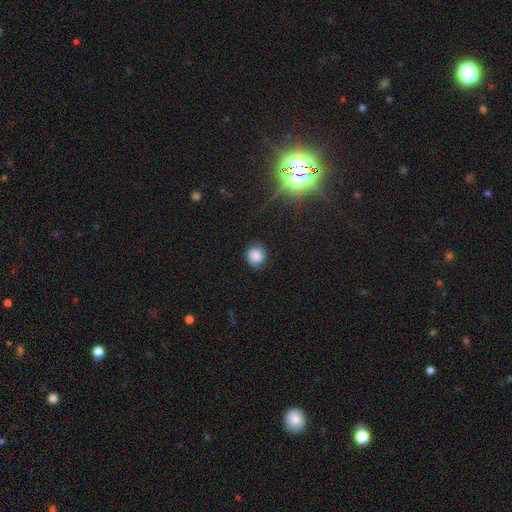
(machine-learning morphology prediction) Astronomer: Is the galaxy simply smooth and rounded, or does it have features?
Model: smooth — 79%.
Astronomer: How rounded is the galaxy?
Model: round — 87%.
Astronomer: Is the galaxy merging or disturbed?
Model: none — 80%.